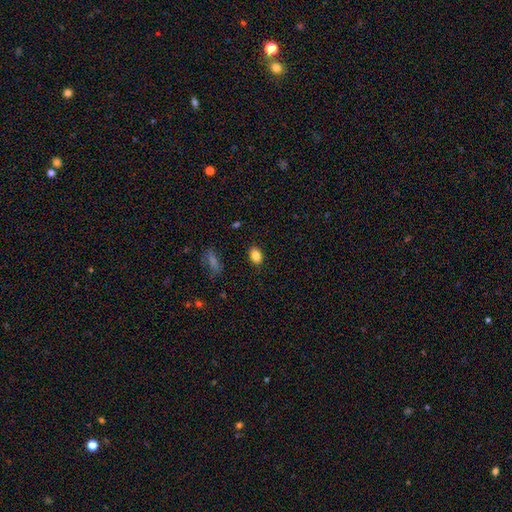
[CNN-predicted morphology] smooth 84%, star or artifact 9%, featured or disk 7%. Down the decision tree: how rounded — in between (81%); merging — none (88%).